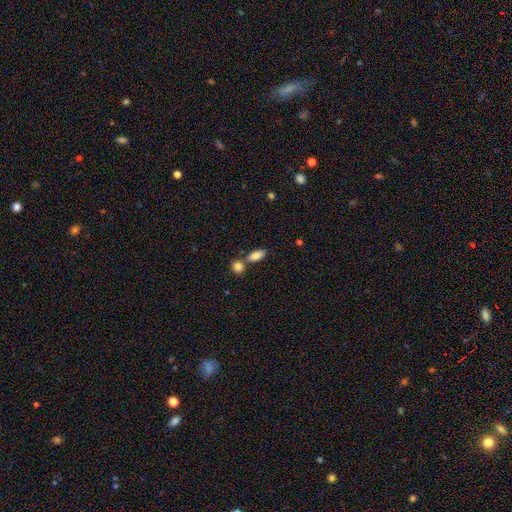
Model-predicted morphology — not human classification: Smooth or featured? smooth (84%)
How rounded? in between (83%)
Merging? none (58%)